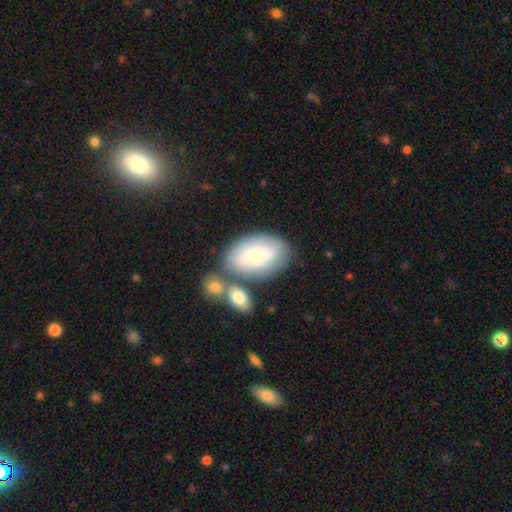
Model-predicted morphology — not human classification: A featured or disk galaxy (51%).

Vote fractions:
- Smooth or featured? featured or disk: 51% / smooth: 42% / star or artifact: 7%
- Edge-on disk? no: 94% / yes: 6%
- Merging? none: 54% / merger: 21% / minor disturbance: 18% / major disturbance: 7%